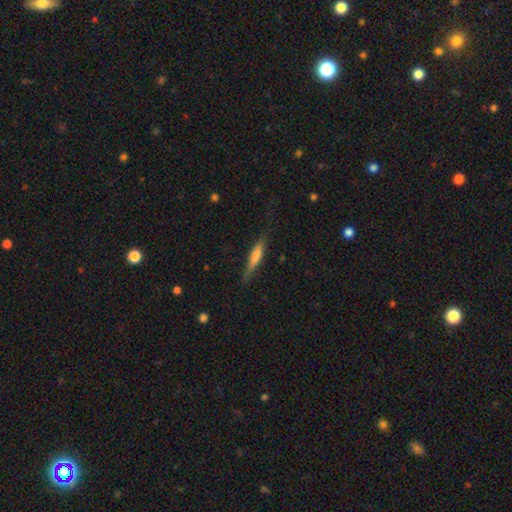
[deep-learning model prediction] Morphology: type=featured or disk (52%); edge-on=yes (95%); merging=none (81%).